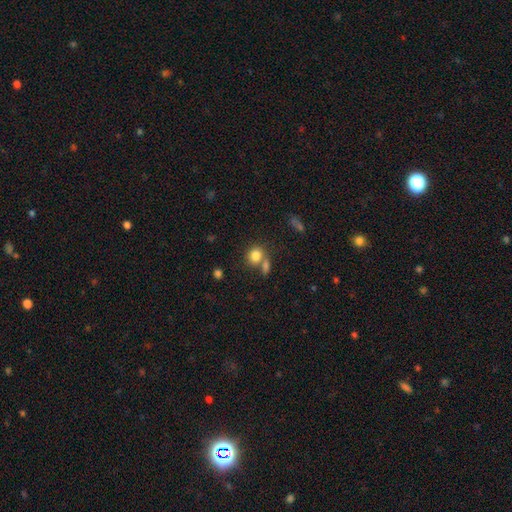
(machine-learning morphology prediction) smooth 83%, star or artifact 10%, featured or disk 7%. Down the decision tree: how rounded — round (73%); merging — none (54%).